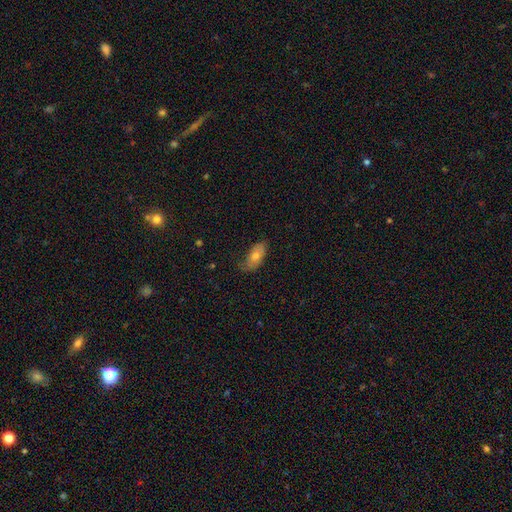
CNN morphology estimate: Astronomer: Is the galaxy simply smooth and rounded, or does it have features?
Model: smooth — 66%.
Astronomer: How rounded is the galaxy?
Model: in between — 86%.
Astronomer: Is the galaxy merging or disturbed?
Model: none — 66%.